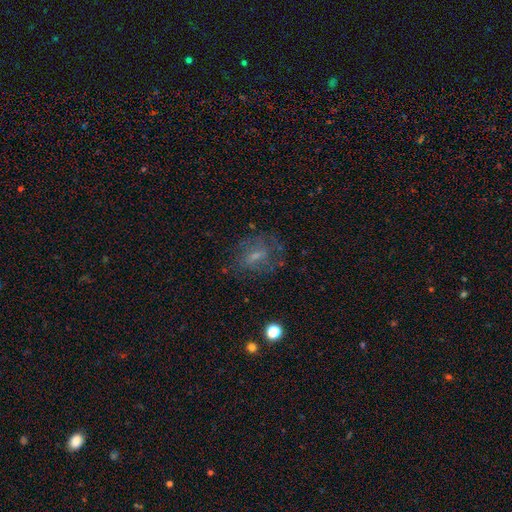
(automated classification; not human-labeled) Overall: featured or disk (46%; smooth 40%). Merging: none (58%; minor disturbance 21%).